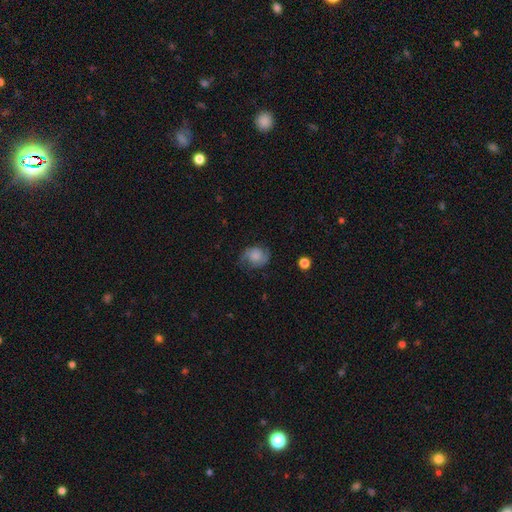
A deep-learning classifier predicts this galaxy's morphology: Smooth or featured?
  - featured or disk: 46% *
  - smooth: 45%
  - star or artifact: 9%
Merging?
  - none: 61% *
  - minor disturbance: 26%
  - major disturbance: 12%
  - merger: 1%